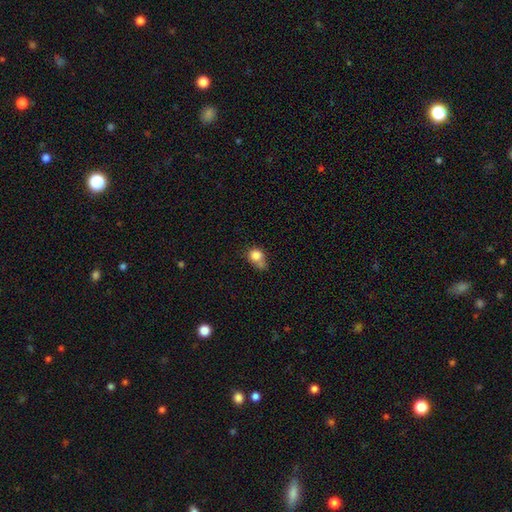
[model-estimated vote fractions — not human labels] Overall: smooth (80%). How rounded: round (69%; in between 30%). Merging: none (35%; merger 27%).